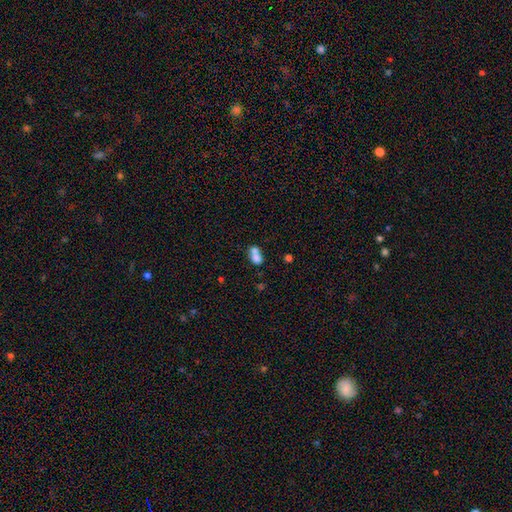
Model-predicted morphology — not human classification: The model was most divided on "how rounded": in between: 63%, round: 35%, cigar-shaped: 2%. More confident: smooth or featured — smooth (71%); merging — merger (68%).